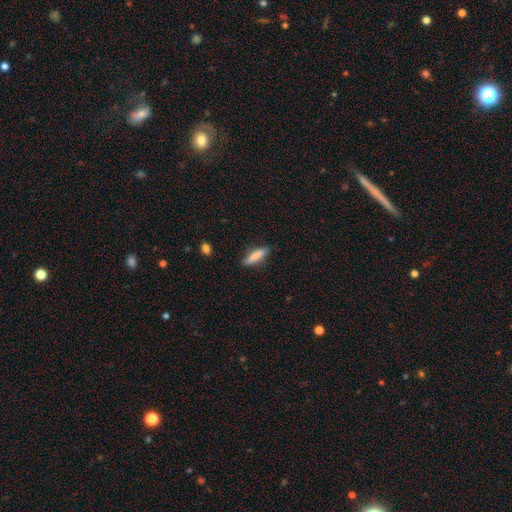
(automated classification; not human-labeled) Smooth or featured?
  - smooth: 81% *
  - featured or disk: 13%
  - star or artifact: 6%
How rounded?
  - cigar-shaped: 70% *
  - in between: 29%
  - round: 2%
Merging?
  - none: 83% *
  - minor disturbance: 13%
  - major disturbance: 3%
  - merger: 1%